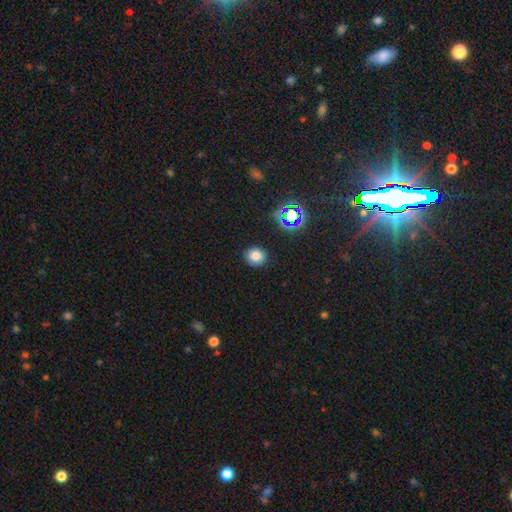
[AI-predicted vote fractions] smooth_or_featured: smooth (p=0.77) [alt: star or artifact p=0.17]
how_rounded: round (p=0.78) [alt: in between p=0.21]
merging: none (p=0.89) [alt: minor disturbance p=0.08]